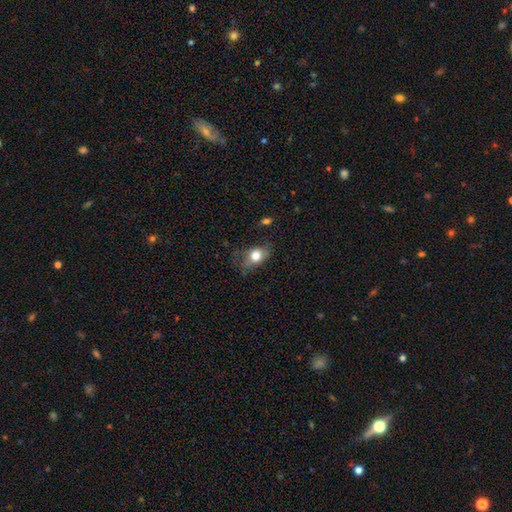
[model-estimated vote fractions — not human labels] Q: Smooth or featured?
A: smooth (75%); runner-up: featured or disk (15%)
Q: How rounded?
A: in between (70%); runner-up: round (28%)
Q: Merging?
A: none (50%); runner-up: minor disturbance (30%)